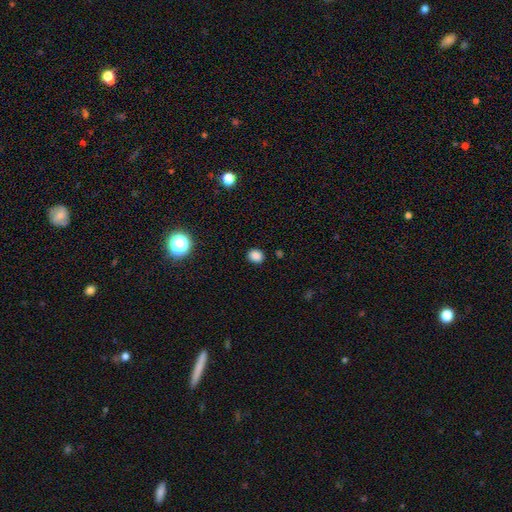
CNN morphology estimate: Overall: smooth (84%). How rounded: round (66%; in between 33%). Merging: none (88%).